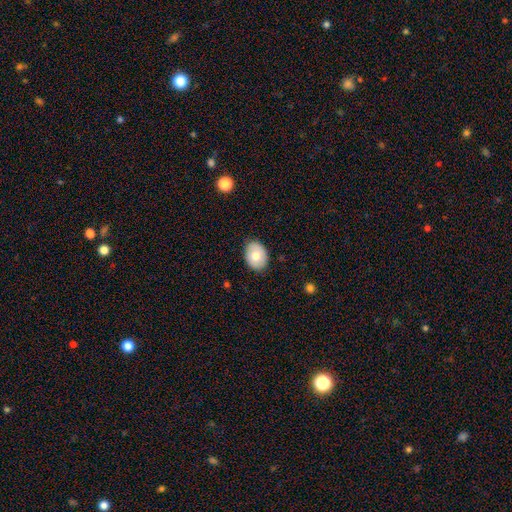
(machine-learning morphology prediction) This is likely a smooth galaxy (70%). How rounded: likely in between (67%). Merging: clearly none (86%).